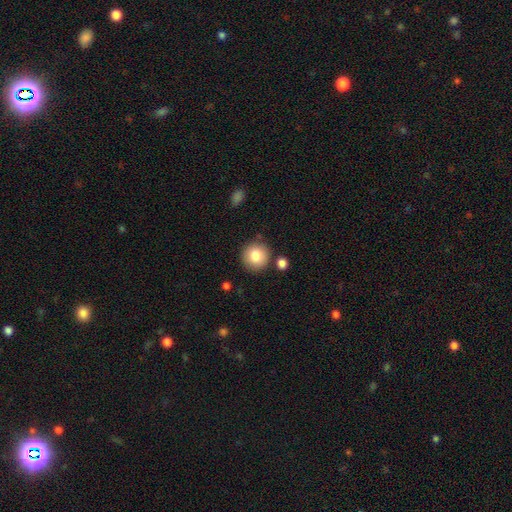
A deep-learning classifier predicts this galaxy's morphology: Smooth or featured: smooth — 83% (star or artifact — 9%)
How rounded: round — 92% (in between — 7%)
Merging: none — 84% (minor disturbance — 9%)